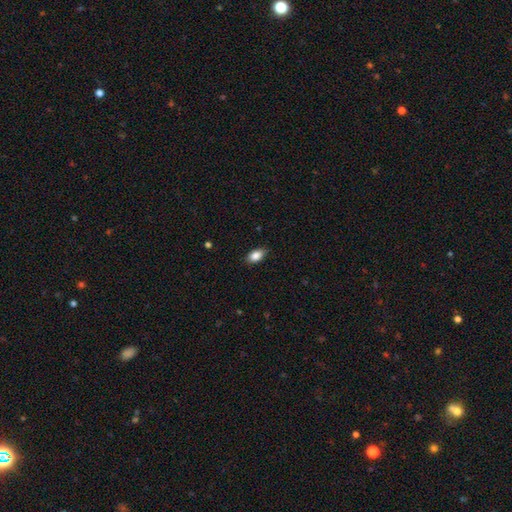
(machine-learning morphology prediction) smooth-or-featured: smooth: 87% | star or artifact: 8% | featured or disk: 5%
  how-rounded: in between: 91% | round: 6% | cigar-shaped: 3%
  merging: none: 86% | minor disturbance: 11% | major disturbance: 2% | merger: 1%